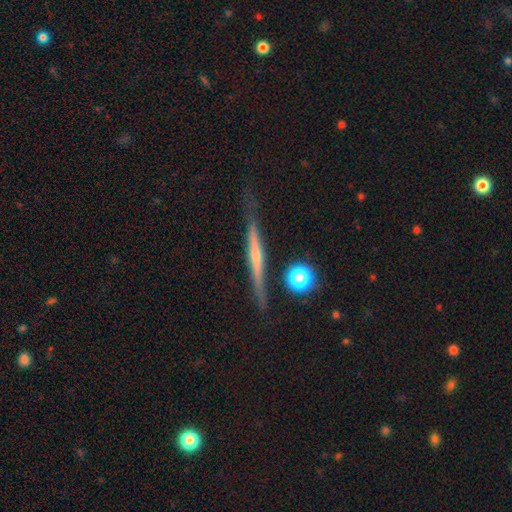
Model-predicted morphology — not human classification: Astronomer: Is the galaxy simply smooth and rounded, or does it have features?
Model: featured or disk — 66%.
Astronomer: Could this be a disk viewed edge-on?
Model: yes — 97%.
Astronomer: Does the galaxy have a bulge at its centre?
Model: none — 51% (runner-up: rounded, 39%).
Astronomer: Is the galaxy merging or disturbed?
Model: none — 81%.